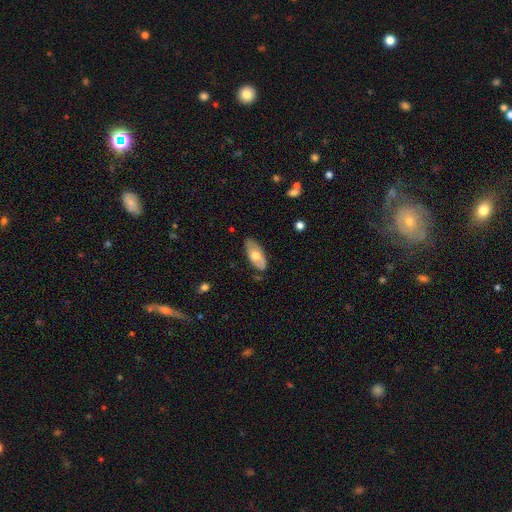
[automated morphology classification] A smooth galaxy with no disk features (54%) that is in between round and cigar-shaped (90%).

Vote fractions:
- Smooth or featured? smooth: 54% / featured or disk: 40% / star or artifact: 6%
- How rounded? in between: 90% / cigar-shaped: 7% / round: 3%
- Merging? none: 76% / minor disturbance: 19% / major disturbance: 3% / merger: 1%